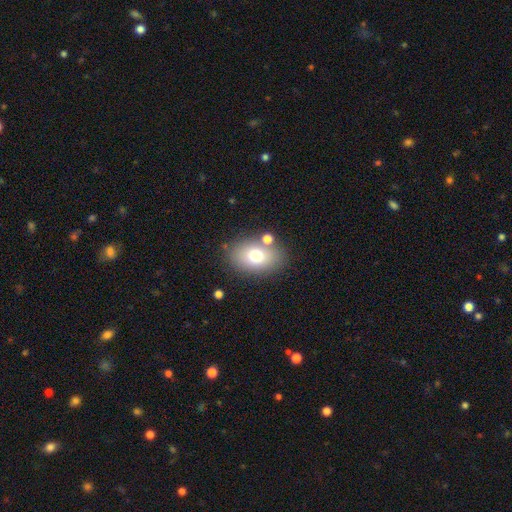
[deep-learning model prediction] smooth-or-featured: smooth: 74% | featured or disk: 16% | star or artifact: 10%
  how-rounded: in between: 82% | round: 16% | cigar-shaped: 1%
  merging: none: 76% | minor disturbance: 12% | merger: 8% | major disturbance: 4%